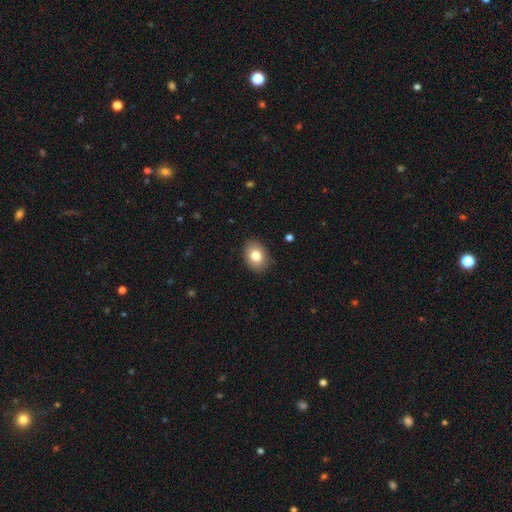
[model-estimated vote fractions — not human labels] Overall: smooth (81%). How rounded: in between (69%; round 30%). Merging: none (89%).